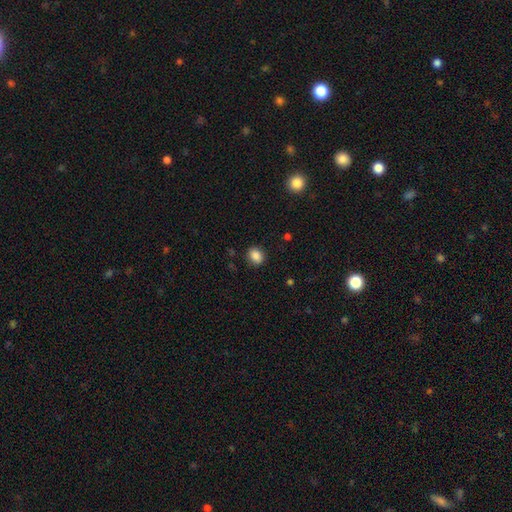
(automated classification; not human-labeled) smooth 87%, star or artifact 9%, featured or disk 4%. Down the decision tree: how rounded — in between (54%); merging — none (87%).